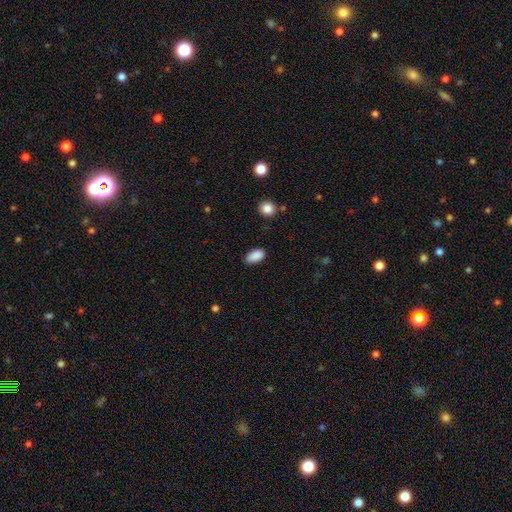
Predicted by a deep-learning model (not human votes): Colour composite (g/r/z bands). It shows a smooth galaxy with no disk features (89%) that is in between round and cigar-shaped (92%). Merging: none (80%).